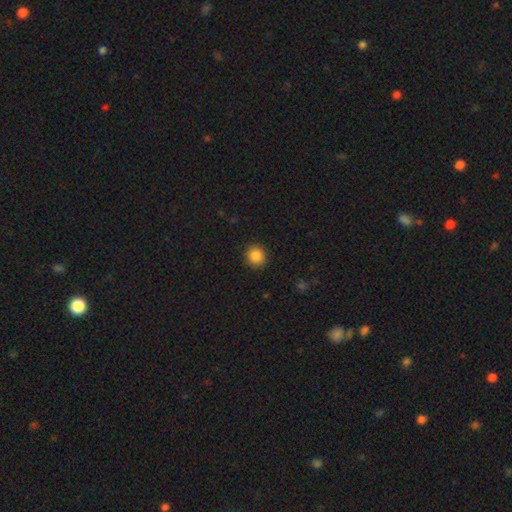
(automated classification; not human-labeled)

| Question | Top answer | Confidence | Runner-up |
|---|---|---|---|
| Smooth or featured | smooth | 87% | star or artifact (10%) |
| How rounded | round | 90% | in between (9%) |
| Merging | none | 91% | minor disturbance (6%) |